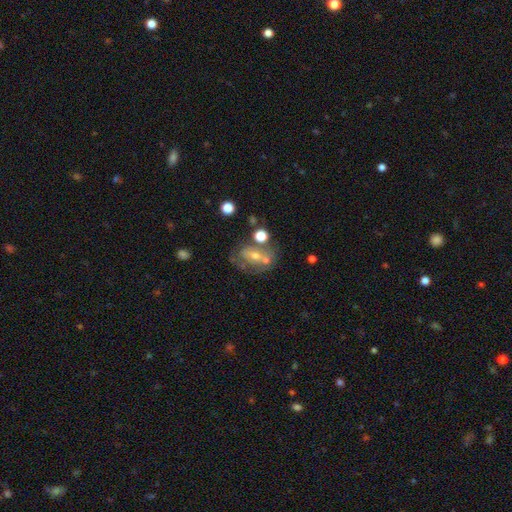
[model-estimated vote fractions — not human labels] A featured or disk galaxy (51%).

Vote fractions:
- Smooth or featured? featured or disk: 51% / smooth: 33% / star or artifact: 16%
- Edge-on disk? no: 91% / yes: 9%
- Merging? none: 46% / merger: 25% / minor disturbance: 17% / major disturbance: 13%